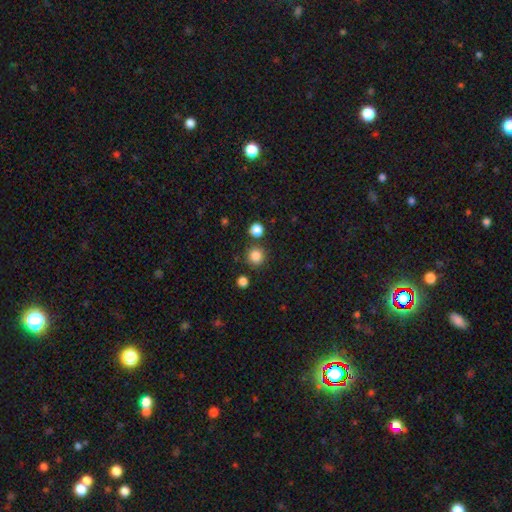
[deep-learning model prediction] Smooth or featured? smooth (85%)
How rounded? round (93%)
Merging? none (85%)